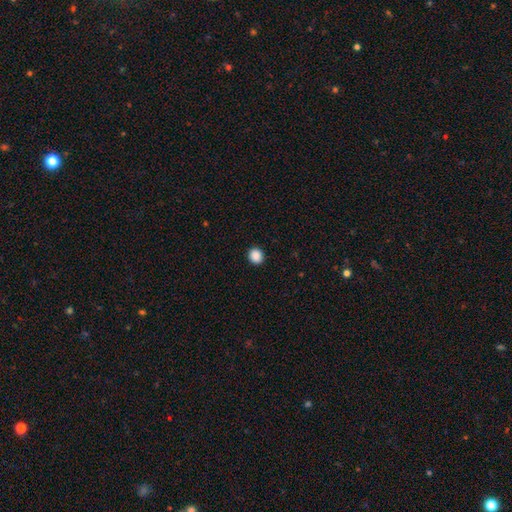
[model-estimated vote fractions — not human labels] The model was most divided on "how rounded": round: 87%, in between: 13%, cigar-shaped: 1%. More confident: merging — none (93%); smooth or featured — smooth (89%).